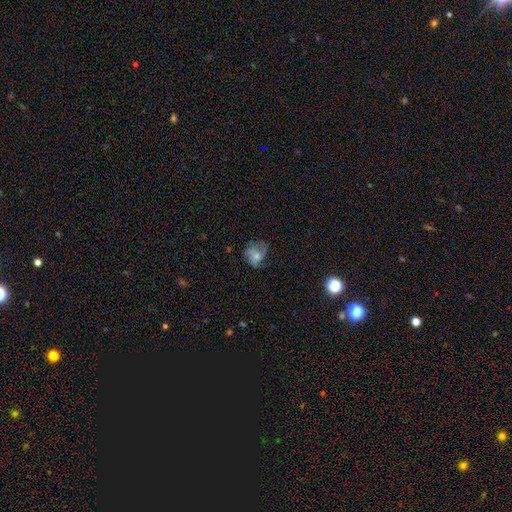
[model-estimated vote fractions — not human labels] Morphology: type=smooth (59%); roundness=round (53%); merging=none (49%).